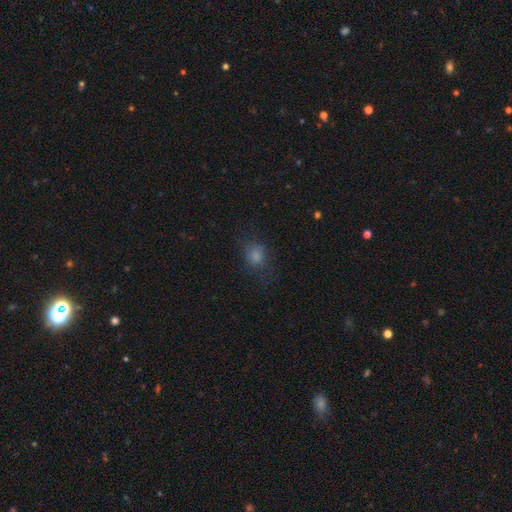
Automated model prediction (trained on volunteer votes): This appears to be a smooth galaxy with no disk features (67%) that is round (65%). Merging: none (72%).